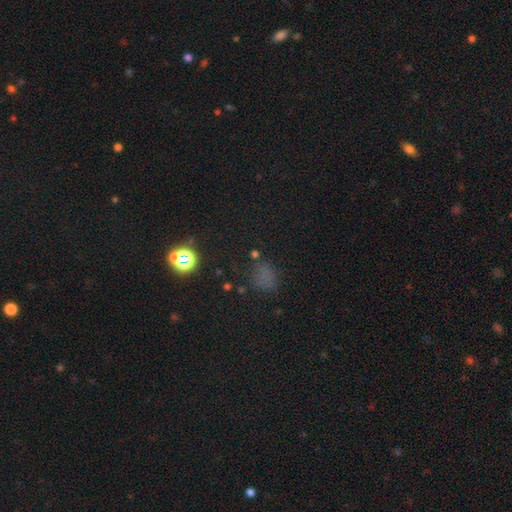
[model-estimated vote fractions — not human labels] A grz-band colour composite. It shows a smooth galaxy with no disk features (49%). Merging: none (70%).